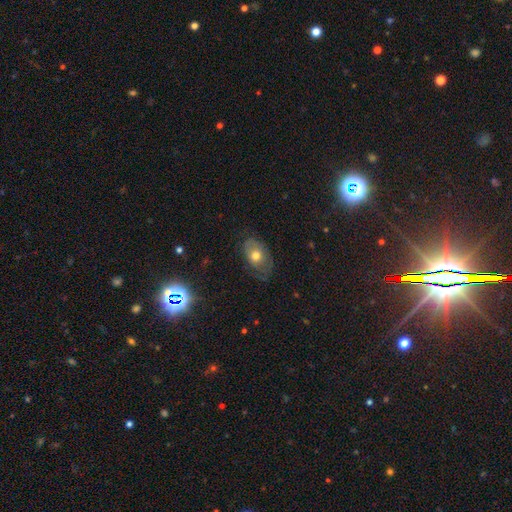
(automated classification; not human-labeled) This is possibly a smooth galaxy (56%). How rounded: clearly in between (84%). Merging: possibly none (57%).